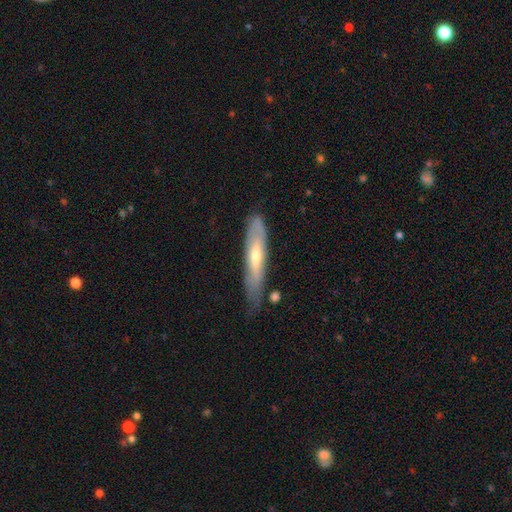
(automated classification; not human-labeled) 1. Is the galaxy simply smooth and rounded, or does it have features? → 54% featured or disk, 40% smooth, 7% star or artifact.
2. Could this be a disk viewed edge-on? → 63% yes, 37% no.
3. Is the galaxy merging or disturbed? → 65% none, 26% minor disturbance, 6% major disturbance, 3% merger.